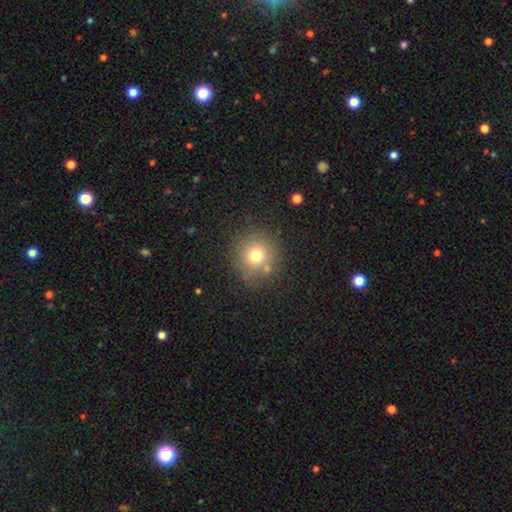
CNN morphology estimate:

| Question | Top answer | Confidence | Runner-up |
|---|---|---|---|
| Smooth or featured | smooth | 73% | star or artifact (16%) |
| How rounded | round | 91% | in between (8%) |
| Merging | none | 80% | minor disturbance (9%) |